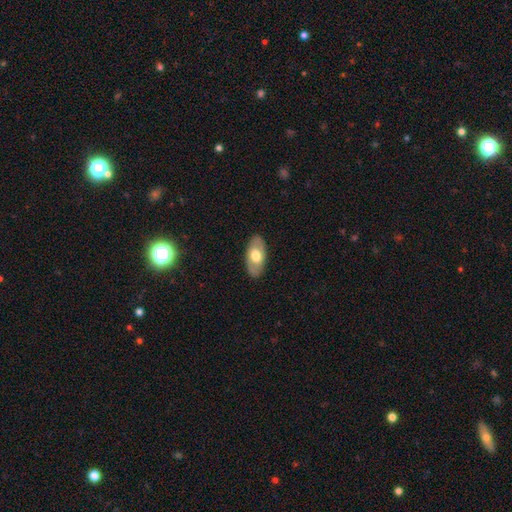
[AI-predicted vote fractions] Smooth or featured? smooth (55%)
How rounded? in between (92%)
Merging? none (86%)